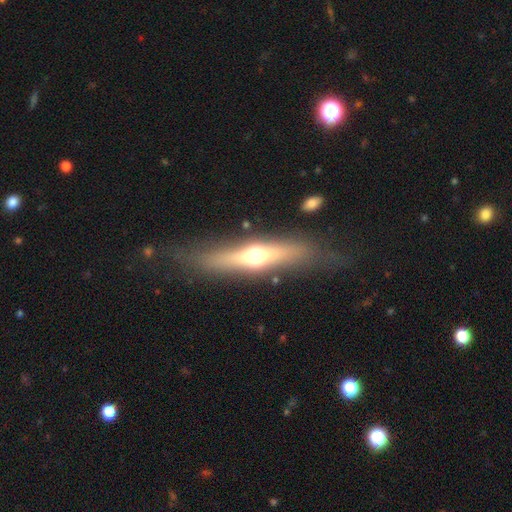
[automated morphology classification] Smooth or featured?
  - featured or disk: 53% *
  - smooth: 39%
  - star or artifact: 8%
Edge-on disk?
  - yes: 87% *
  - no: 13%
Merging?
  - none: 82% *
  - minor disturbance: 11%
  - major disturbance: 5%
  - merger: 2%